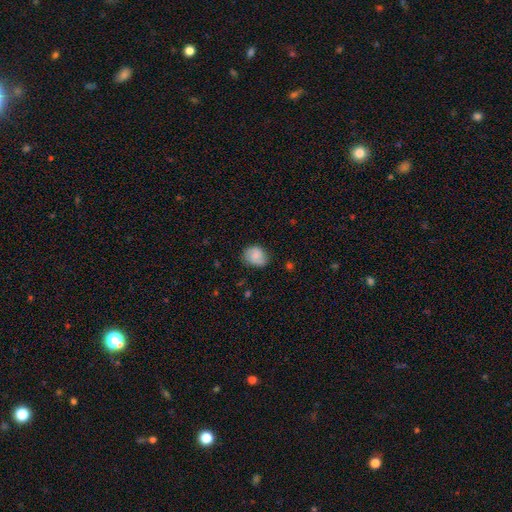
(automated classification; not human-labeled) Smooth or featured? Predicted: smooth (p=0.68). How rounded? Predicted: round (p=0.57). Merging? Predicted: none (p=0.69).